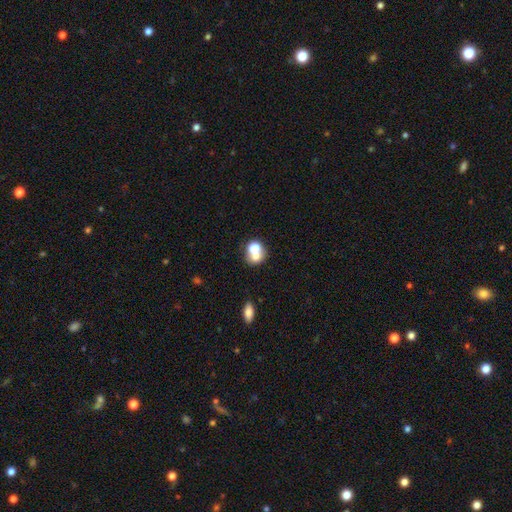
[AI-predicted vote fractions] Smooth or featured? Predicted: smooth (p=0.67). How rounded? Predicted: round (p=0.69). Merging? Predicted: merger (p=0.56).